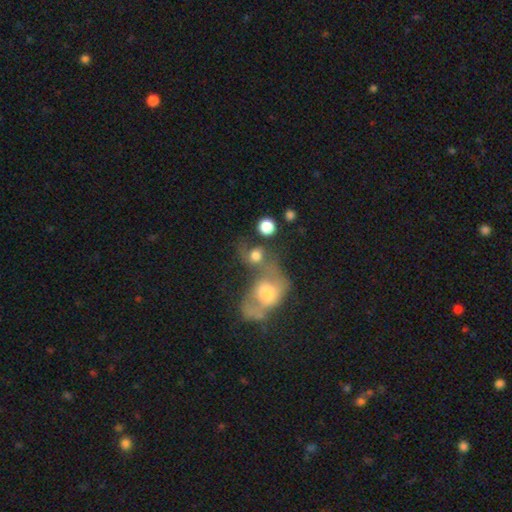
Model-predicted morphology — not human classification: Smooth or featured?
  - smooth: 63% *
  - featured or disk: 25%
  - star or artifact: 12%
How rounded?
  - round: 69% *
  - in between: 30%
  - cigar-shaped: 2%
Merging?
  - merger: 55% *
  - none: 24%
  - major disturbance: 12%
  - minor disturbance: 9%